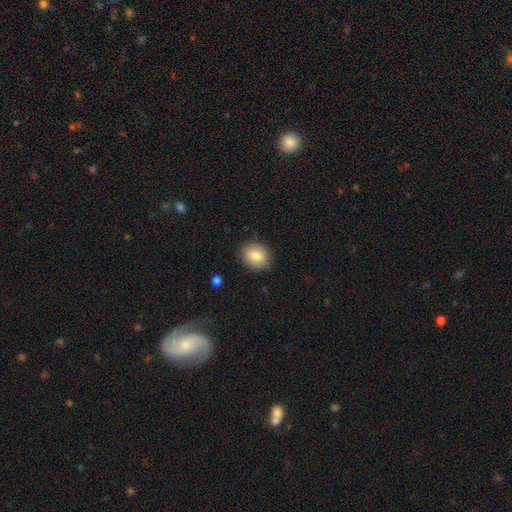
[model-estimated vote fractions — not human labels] Overall: smooth (84%). How rounded: round (57%; in between 42%). Merging: none (85%).